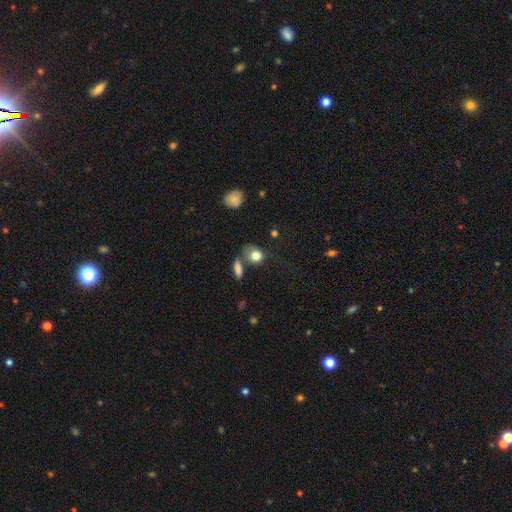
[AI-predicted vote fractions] Q: Smooth or featured?
A: smooth (82%); runner-up: star or artifact (9%)
Q: How rounded?
A: round (54%); runner-up: in between (44%)
Q: Merging?
A: none (48%); runner-up: minor disturbance (22%)